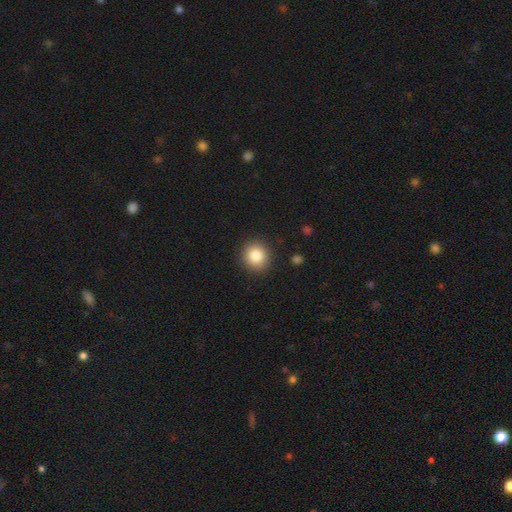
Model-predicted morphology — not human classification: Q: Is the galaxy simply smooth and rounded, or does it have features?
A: smooth — 85%.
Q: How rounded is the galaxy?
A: round — 89%.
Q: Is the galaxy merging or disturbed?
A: none — 90%.